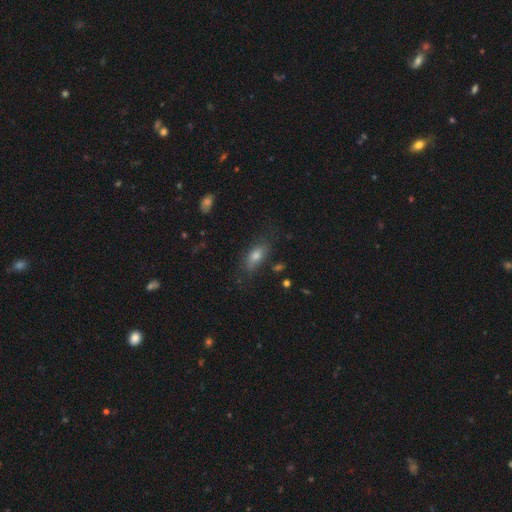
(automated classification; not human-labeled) Smooth or featured? smooth (66%)
How rounded? in between (75%)
Merging? none (73%)